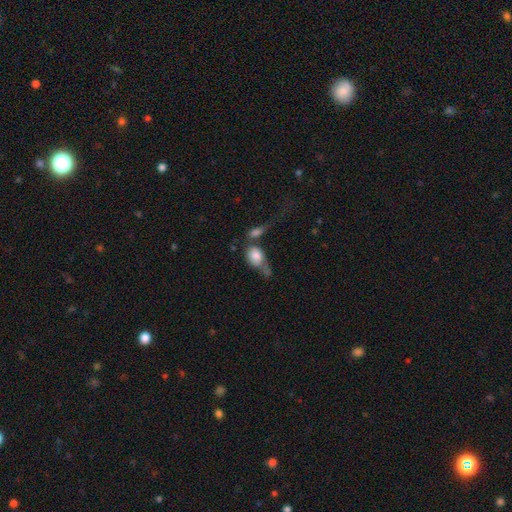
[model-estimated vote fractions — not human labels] smooth-or-featured: smooth: 76% | featured or disk: 16% | star or artifact: 8%
  how-rounded: in between: 73% | round: 23% | cigar-shaped: 3%
  merging: merger: 43% | major disturbance: 22% | none: 19% | minor disturbance: 16%